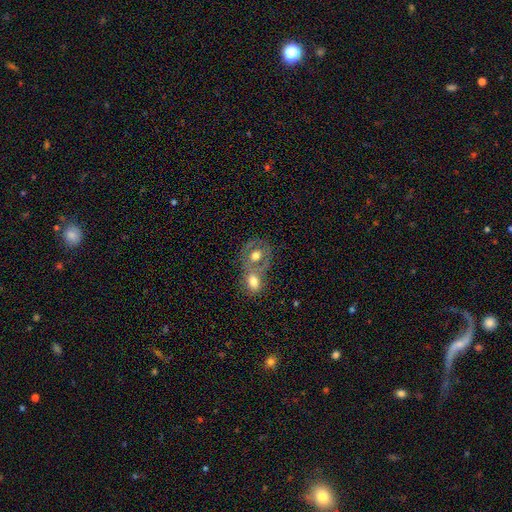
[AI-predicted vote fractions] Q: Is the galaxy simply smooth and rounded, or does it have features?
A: smooth — 51%.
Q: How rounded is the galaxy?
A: round — 56%.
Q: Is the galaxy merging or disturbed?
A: merger — 51%.